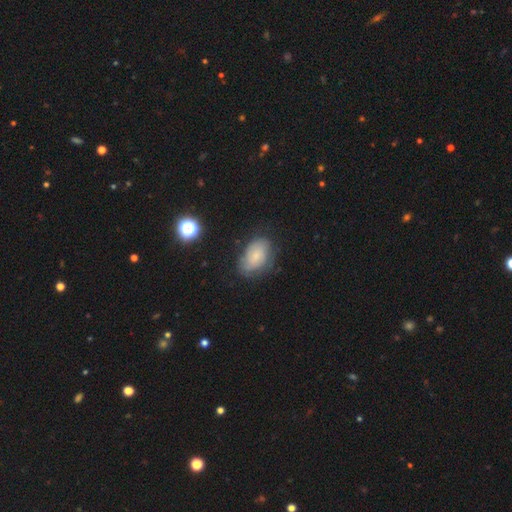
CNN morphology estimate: Overall: smooth (59%; featured or disk 30%). How rounded: in between (89%). Merging: none (67%).